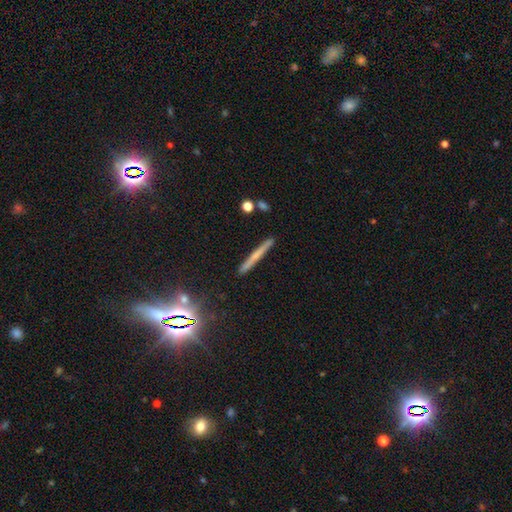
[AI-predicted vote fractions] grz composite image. It shows a smooth galaxy with no disk features (45%). Merging: none (88%).